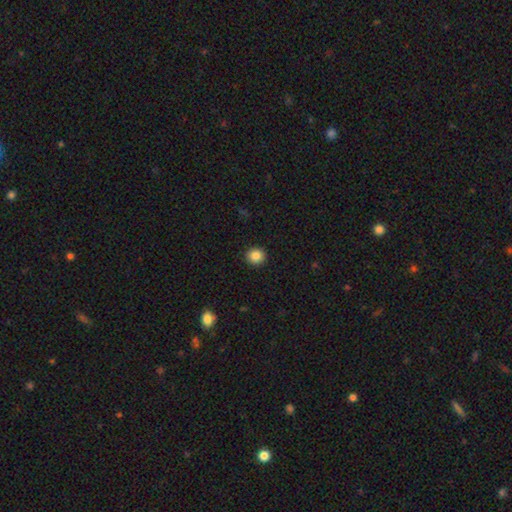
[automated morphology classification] This appears to be a smooth galaxy with no disk features (86%) that is round (91%). Merging: none (92%).